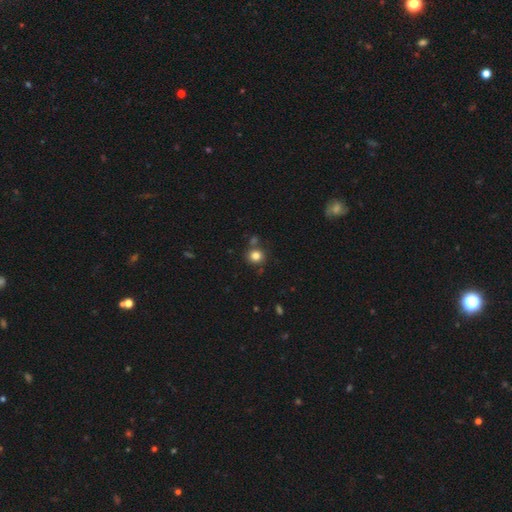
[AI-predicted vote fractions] A smooth galaxy with no disk features (82%) that is round (87%). Merging: none (77%).